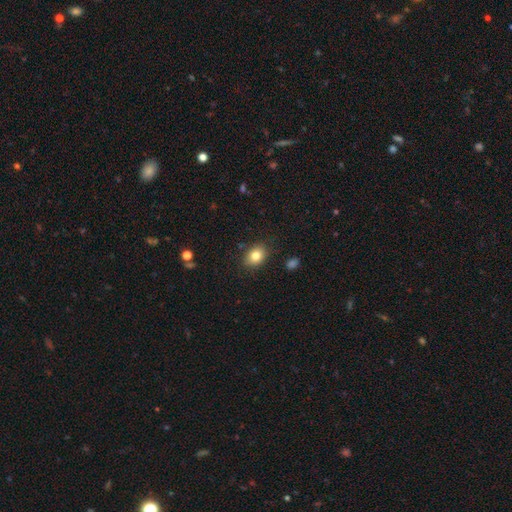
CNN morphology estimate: Q: Smooth or featured?
A: smooth (82%); runner-up: star or artifact (9%)
Q: How rounded?
A: in between (68%); runner-up: round (31%)
Q: Merging?
A: none (85%); runner-up: minor disturbance (11%)